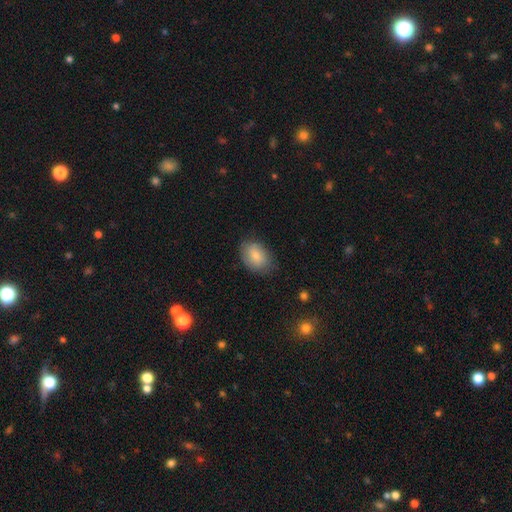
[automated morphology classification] This is likely a smooth galaxy (79%). How rounded: clearly in between (81%). Merging: likely none (74%).